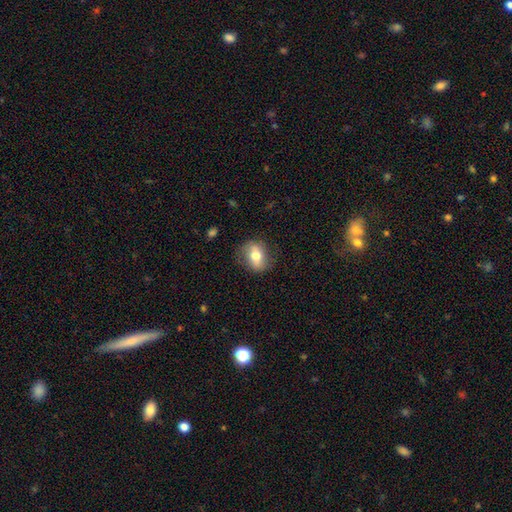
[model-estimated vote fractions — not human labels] smooth_or_featured: smooth (p=0.64) [alt: featured or disk p=0.28]
how_rounded: in between (p=0.59) [alt: round p=0.38]
merging: none (p=0.79) [alt: minor disturbance p=0.15]